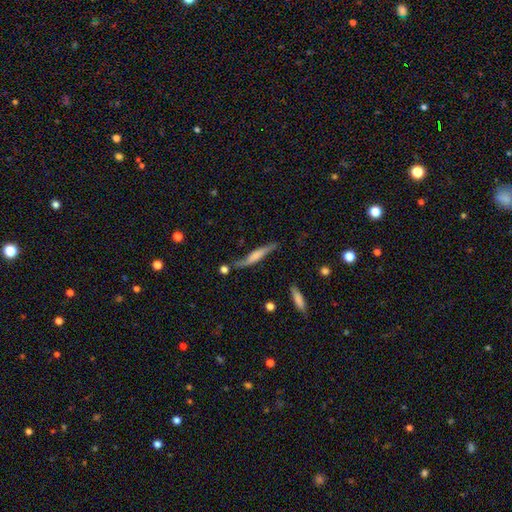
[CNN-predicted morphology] The model was most divided on "smooth or featured": featured or disk: 49%, smooth: 45%, star or artifact: 6%. More confident: merging — none (59%).